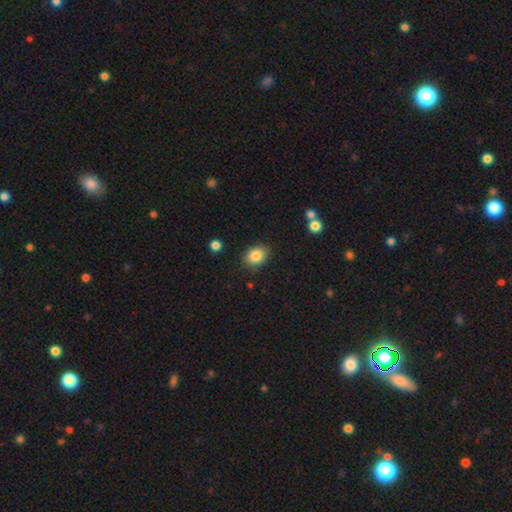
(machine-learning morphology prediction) Smooth or featured: smooth — 85% (star or artifact — 9%)
How rounded: in between — 60% (round — 40%)
Merging: none — 84% (minor disturbance — 11%)